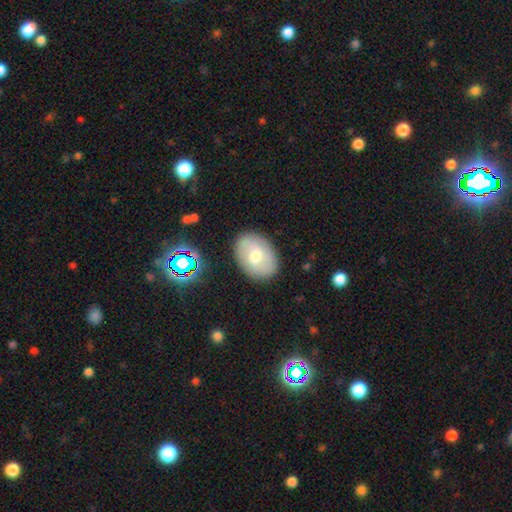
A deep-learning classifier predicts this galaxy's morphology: Smooth or featured? Predicted: smooth (p=0.48). Merging? Predicted: none (p=0.85).